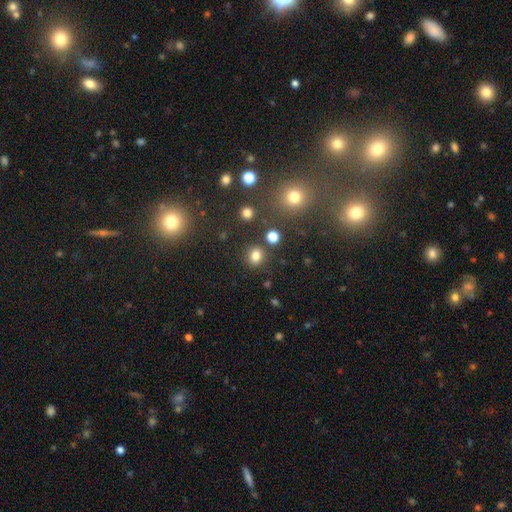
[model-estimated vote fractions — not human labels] This is likely a smooth galaxy (78%). How rounded: likely round (72%). Merging: clearly none (81%).